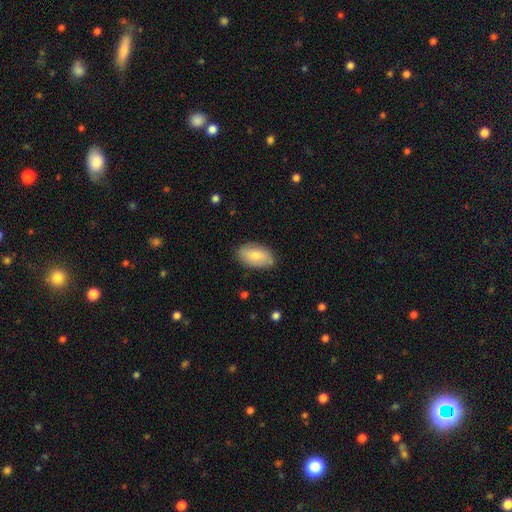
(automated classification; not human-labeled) Smooth or featured? smooth (71%)
How rounded? in between (94%)
Merging? none (80%)